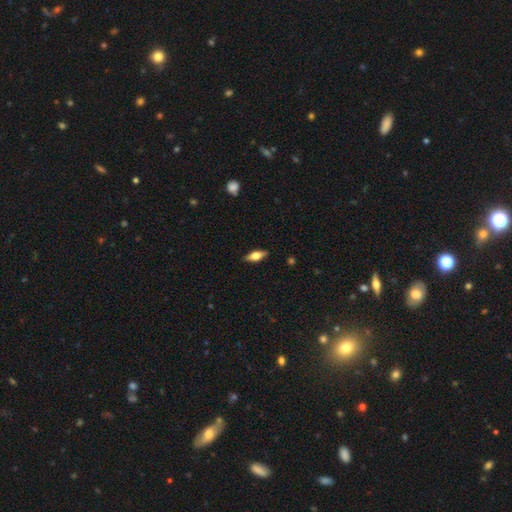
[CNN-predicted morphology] Overall: smooth (49%; featured or disk 44%). Merging: none (88%).